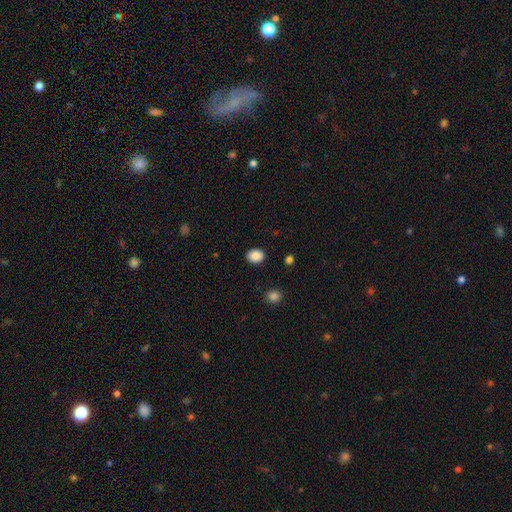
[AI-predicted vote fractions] Q: Smooth or featured?
A: smooth (88%); runner-up: star or artifact (9%)
Q: How rounded?
A: in between (50%); runner-up: round (49%)
Q: Merging?
A: none (89%); runner-up: minor disturbance (7%)